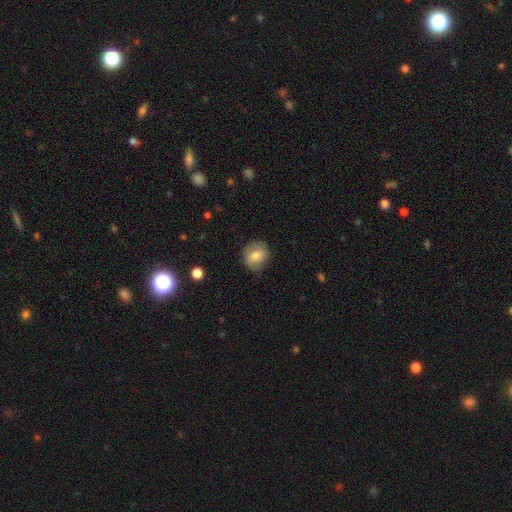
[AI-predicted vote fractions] smooth_or_featured: smooth (p=0.68) [alt: featured or disk p=0.24]
how_rounded: round (p=0.77) [alt: in between p=0.21]
merging: none (p=0.79) [alt: minor disturbance p=0.16]